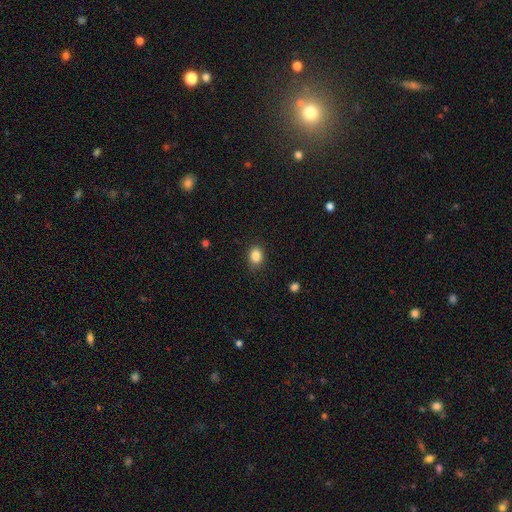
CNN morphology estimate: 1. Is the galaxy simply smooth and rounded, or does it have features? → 85% smooth, 10% star or artifact, 5% featured or disk.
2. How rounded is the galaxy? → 56% in between, 43% round, 1% cigar-shaped.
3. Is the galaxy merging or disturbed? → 85% none, 11% minor disturbance, 3% major disturbance, 1% merger.